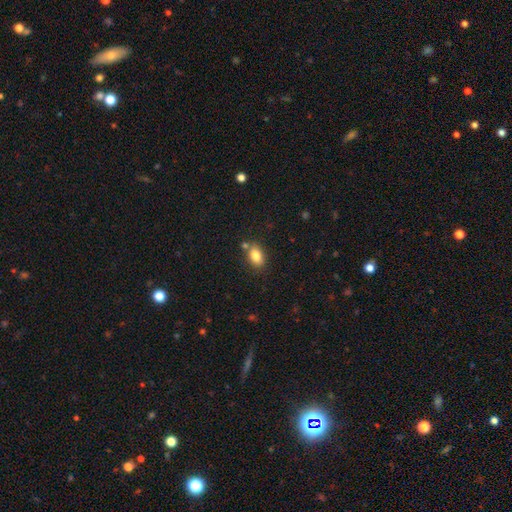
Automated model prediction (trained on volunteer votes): smooth-or-featured: smooth: 82% | star or artifact: 9% | featured or disk: 9%
  how-rounded: in between: 84% | round: 14% | cigar-shaped: 2%
  merging: none: 73% | minor disturbance: 12% | merger: 12% | major disturbance: 3%